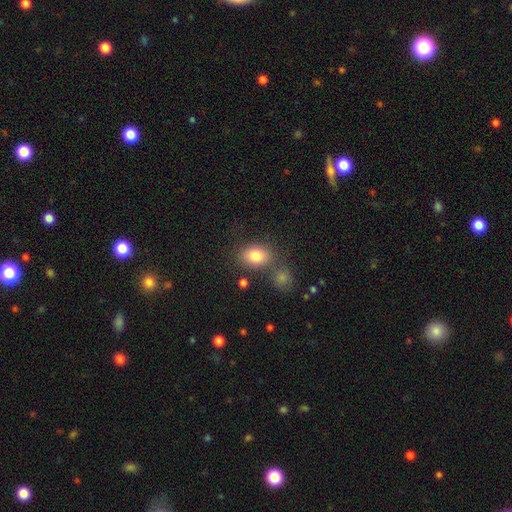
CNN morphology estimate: A smooth galaxy with no disk features (82%) that is in between round and cigar-shaped (71%). Merging: none (65%).